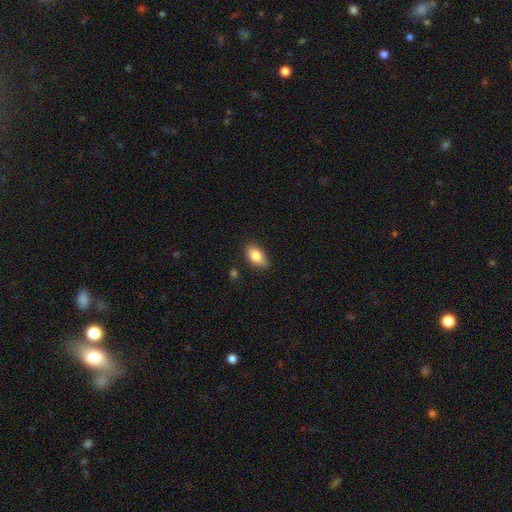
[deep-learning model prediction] The model was most divided on "merging": none: 81%, minor disturbance: 15%, major disturbance: 3%, merger: 2%. More confident: how rounded — in between (90%); smooth or featured — smooth (84%).